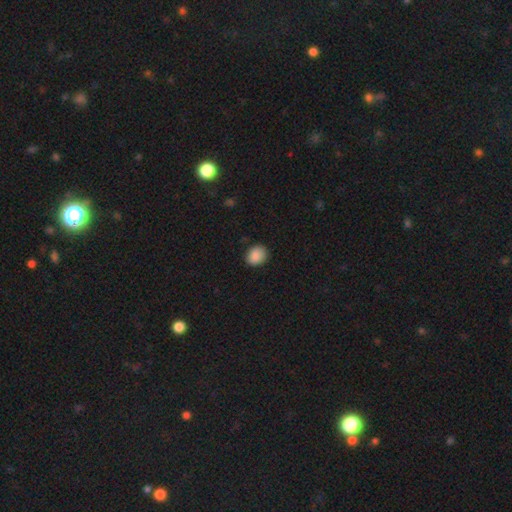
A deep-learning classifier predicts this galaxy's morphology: smooth_or_featured: smooth (p=0.88) [alt: star or artifact p=0.08]
how_rounded: round (p=0.54) [alt: in between p=0.46]
merging: none (p=0.86) [alt: minor disturbance p=0.11]